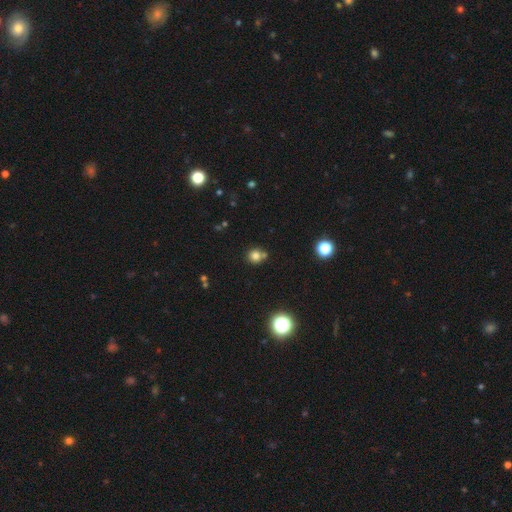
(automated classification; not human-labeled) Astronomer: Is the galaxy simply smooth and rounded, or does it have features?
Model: smooth — 76%.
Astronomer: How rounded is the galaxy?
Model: round — 88%.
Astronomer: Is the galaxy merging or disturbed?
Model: none — 67%.